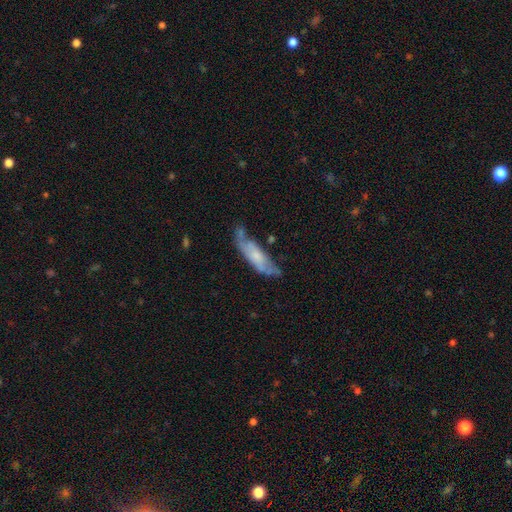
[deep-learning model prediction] Morphology: type=featured or disk (49%); merging=none (48%).